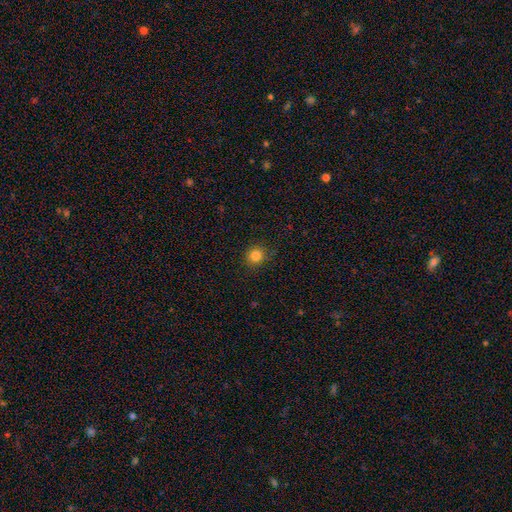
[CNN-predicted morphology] smooth_or_featured: smooth (p=0.84) [alt: star or artifact p=0.12]
how_rounded: round (p=0.88) [alt: in between p=0.11]
merging: none (p=0.87) [alt: minor disturbance p=0.09]